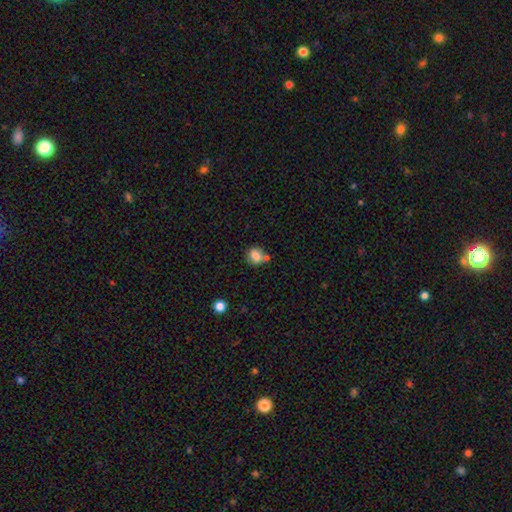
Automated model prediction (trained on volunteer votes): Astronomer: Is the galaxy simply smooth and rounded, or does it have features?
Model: smooth — 79%.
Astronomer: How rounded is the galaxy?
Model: round — 68%.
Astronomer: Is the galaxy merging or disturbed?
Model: none — 58%.